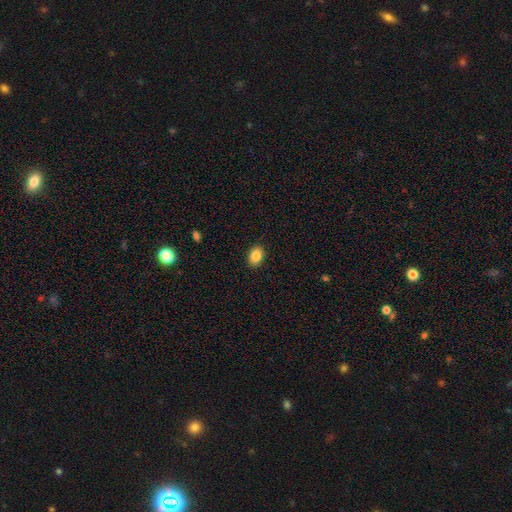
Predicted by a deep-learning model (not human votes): smooth-or-featured: smooth: 86% | star or artifact: 8% | featured or disk: 6%
  how-rounded: in between: 76% | round: 23% | cigar-shaped: 1%
  merging: none: 89% | minor disturbance: 8% | major disturbance: 2% | merger: 1%